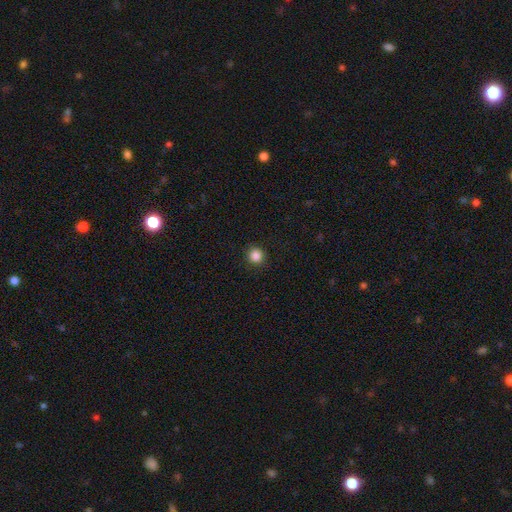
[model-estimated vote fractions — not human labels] smooth_or_featured: smooth (p=0.86) [alt: star or artifact p=0.11]
how_rounded: round (p=0.92) [alt: in between p=0.07]
merging: none (p=0.91) [alt: minor disturbance p=0.06]